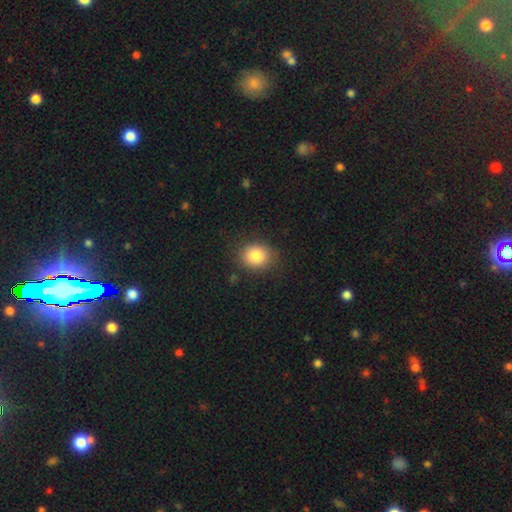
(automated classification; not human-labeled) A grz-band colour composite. It shows a smooth galaxy with no disk features (84%) that is round (62%). Merging: none (84%).